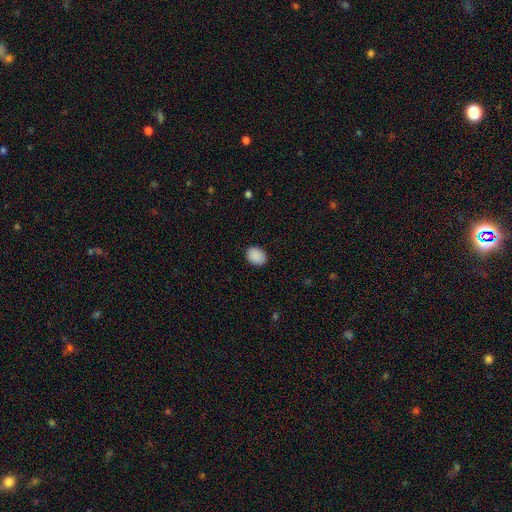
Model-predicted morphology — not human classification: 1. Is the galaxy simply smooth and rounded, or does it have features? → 90% smooth, 7% star or artifact, 3% featured or disk.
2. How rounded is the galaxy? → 63% in between, 36% round, 1% cigar-shaped.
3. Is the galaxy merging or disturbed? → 88% none, 9% minor disturbance, 2% major disturbance, 1% merger.